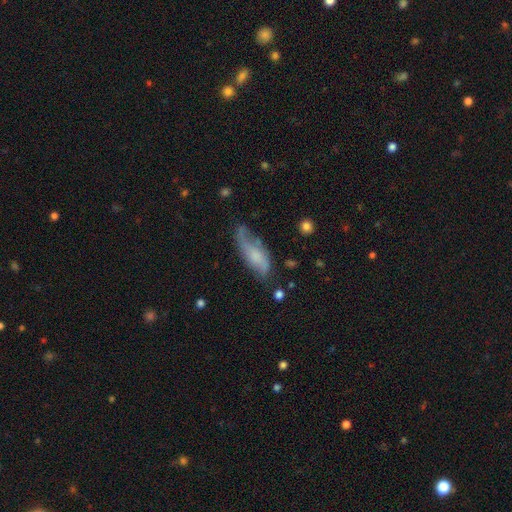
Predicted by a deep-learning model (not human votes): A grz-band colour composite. It shows a featured or disk galaxy (48%). Merging: none (48%).